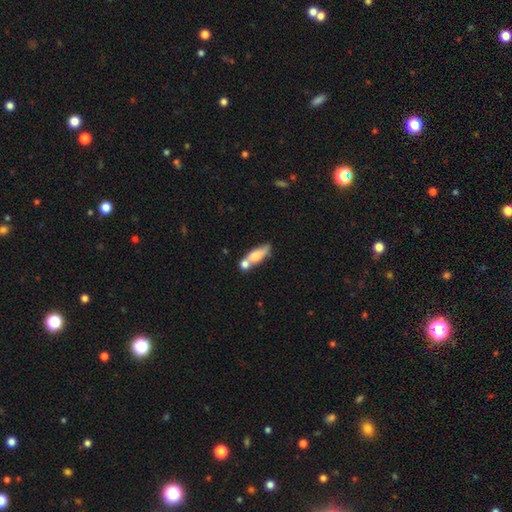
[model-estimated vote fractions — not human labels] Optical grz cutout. It shows a smooth galaxy with no disk features (65%) that is in between round and cigar-shaped (55%). Merging: merger (39%).